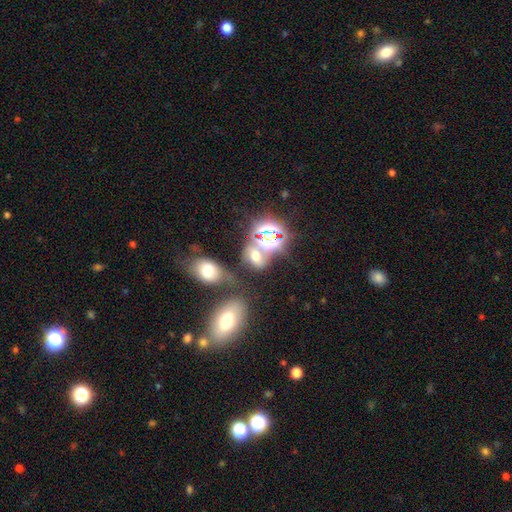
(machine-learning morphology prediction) Smooth or featured? Predicted: smooth (p=0.43). Merging? Predicted: none (p=0.44).